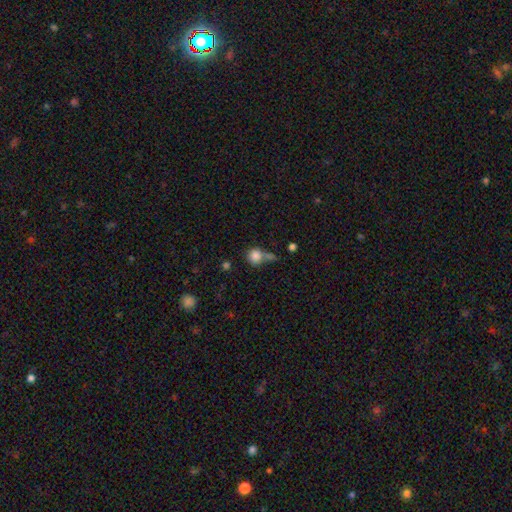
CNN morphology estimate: type=smooth (84%); roundness=round (88%); merging=none (49%).